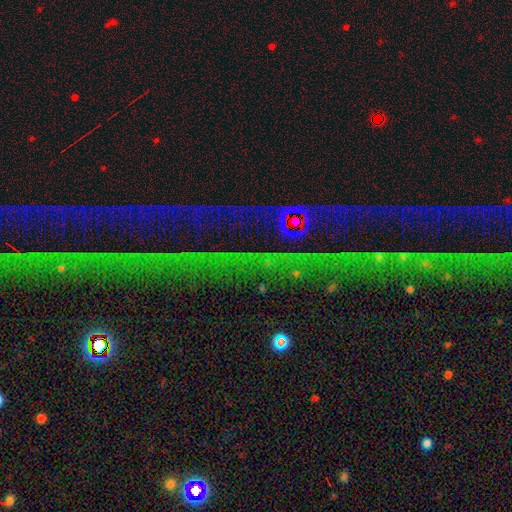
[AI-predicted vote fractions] Overall: star or artifact (77%).